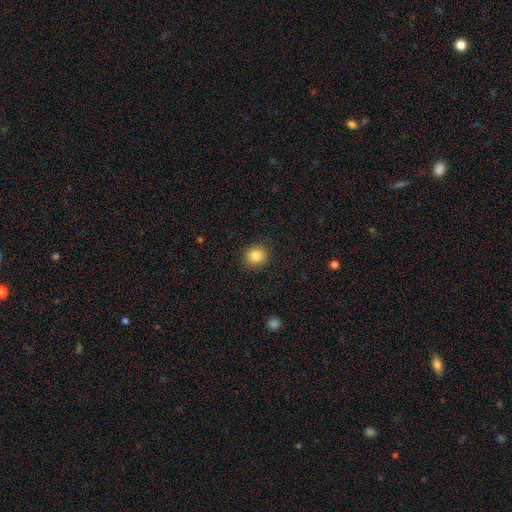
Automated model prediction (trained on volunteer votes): Smooth or featured? Predicted: smooth (p=0.85). How rounded? Predicted: round (p=0.84). Merging? Predicted: none (p=0.89).